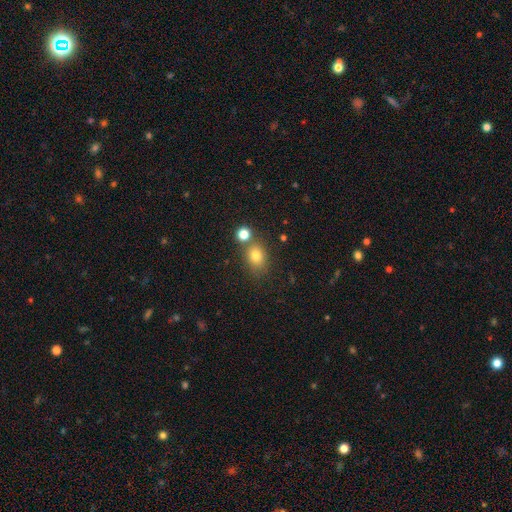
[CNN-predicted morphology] Smooth or featured? smooth (77%)
How rounded? in between (51%)
Merging? none (67%)